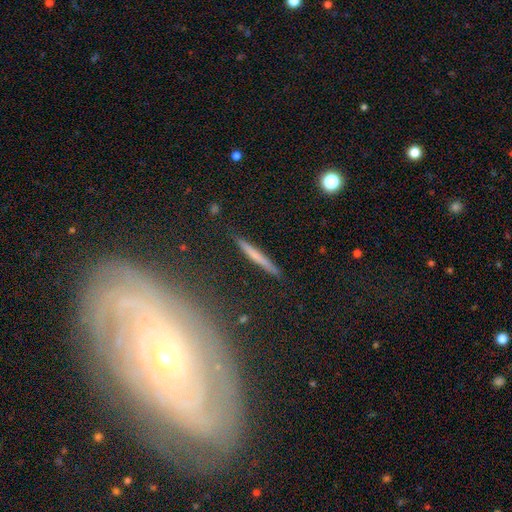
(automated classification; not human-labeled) The model was most divided on "smooth or featured": smooth: 56%, featured or disk: 37%, star or artifact: 8%. More confident: how rounded — cigar-shaped (95%); merging — none (88%).